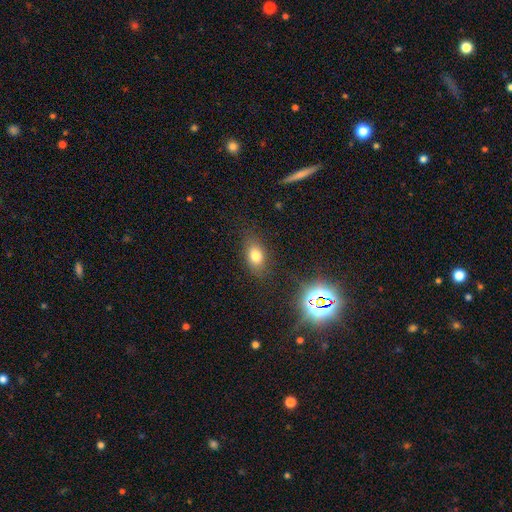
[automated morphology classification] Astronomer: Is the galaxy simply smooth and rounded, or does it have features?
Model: smooth — 75%.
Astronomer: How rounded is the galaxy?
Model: in between — 79%.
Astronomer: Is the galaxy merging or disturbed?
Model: none — 82%.